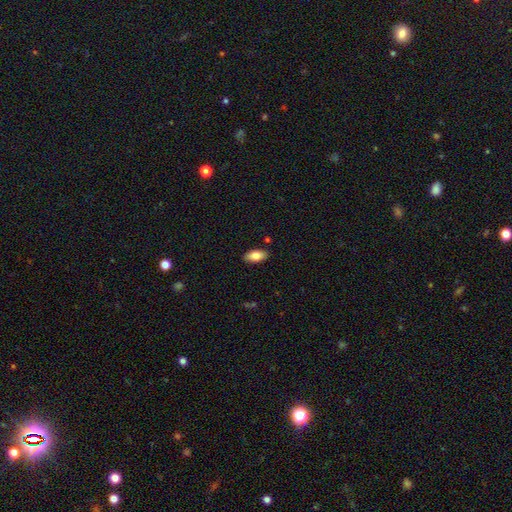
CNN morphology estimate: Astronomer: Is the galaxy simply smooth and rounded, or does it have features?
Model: smooth — 81%.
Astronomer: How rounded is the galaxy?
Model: in between — 91%.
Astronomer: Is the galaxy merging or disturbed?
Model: none — 88%.